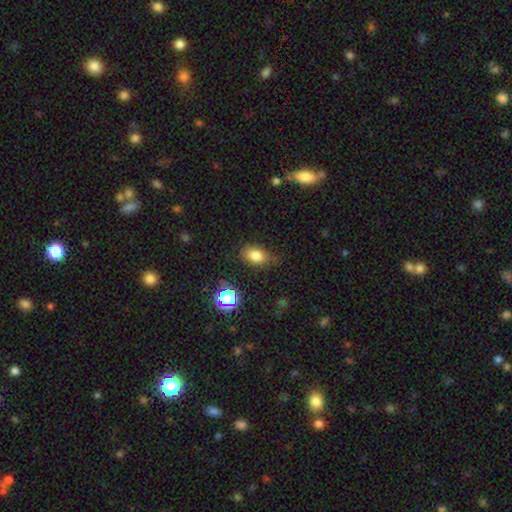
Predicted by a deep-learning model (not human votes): Smooth or featured? smooth (79%)
How rounded? in between (80%)
Merging? none (71%)